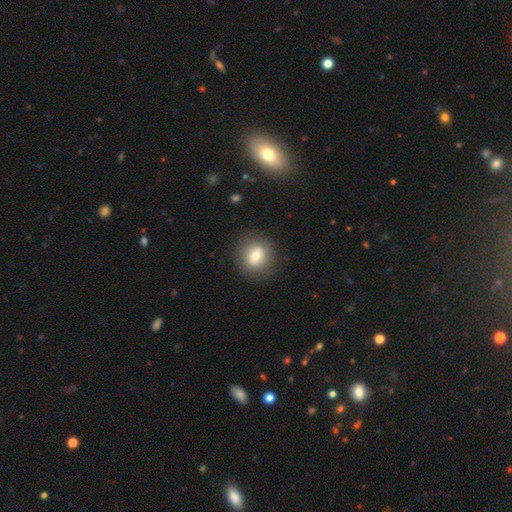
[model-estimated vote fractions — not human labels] Morphology: type=smooth (77%); roundness=round (71%); merging=none (85%).